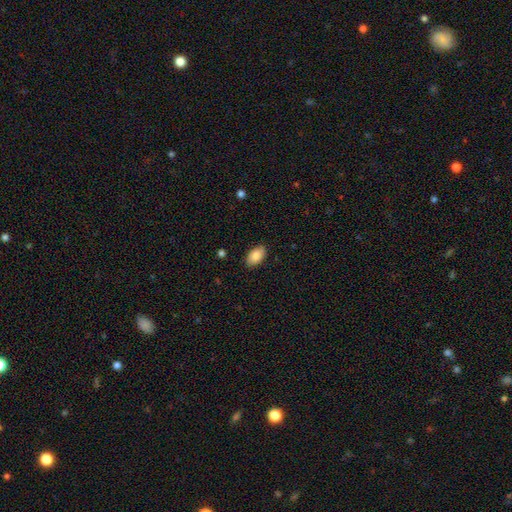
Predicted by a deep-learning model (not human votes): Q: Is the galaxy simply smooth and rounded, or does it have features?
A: smooth — 85%.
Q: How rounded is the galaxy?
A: in between — 94%.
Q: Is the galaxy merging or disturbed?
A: none — 87%.